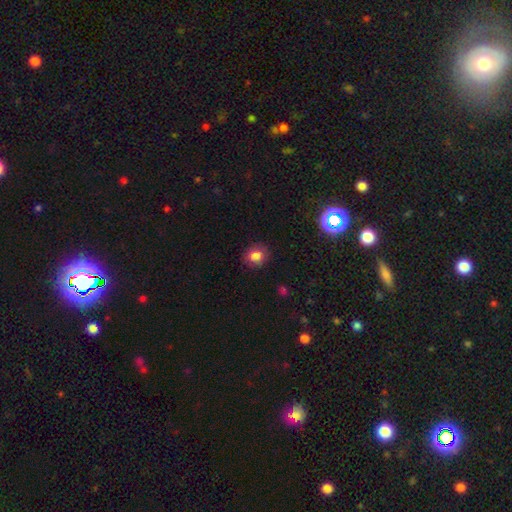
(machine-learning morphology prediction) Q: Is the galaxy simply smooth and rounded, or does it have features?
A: smooth — 82%.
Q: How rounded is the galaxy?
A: round — 60%.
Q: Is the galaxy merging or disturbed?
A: none — 83%.